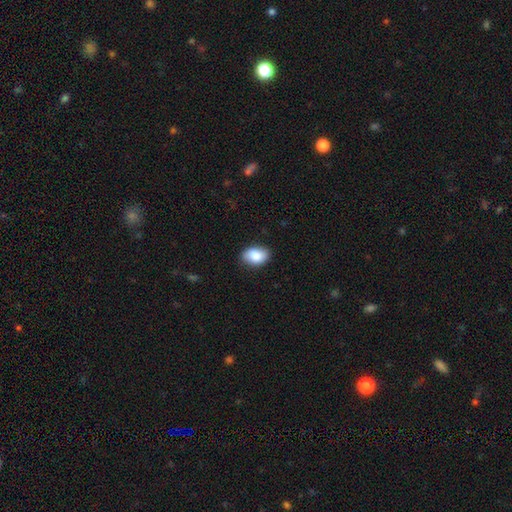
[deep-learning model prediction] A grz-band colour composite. It shows a smooth galaxy with no disk features (86%) that is in between round and cigar-shaped (86%). Merging: none (81%).